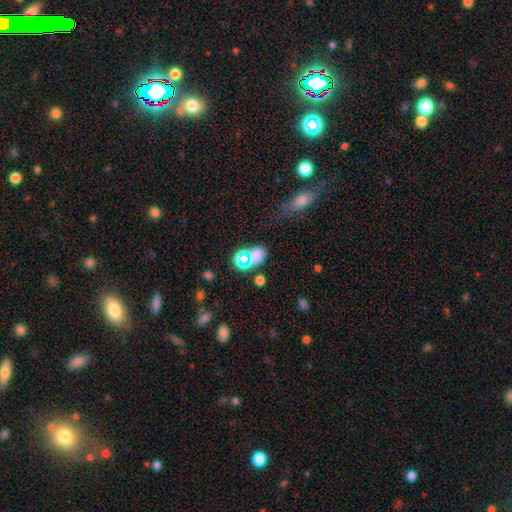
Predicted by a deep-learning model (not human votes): Smooth or featured?
  - smooth: 62% *
  - star or artifact: 27%
  - featured or disk: 11%
How rounded?
  - in between: 74% *
  - round: 24%
  - cigar-shaped: 2%
Merging?
  - none: 58% *
  - minor disturbance: 18%
  - merger: 15%
  - major disturbance: 10%